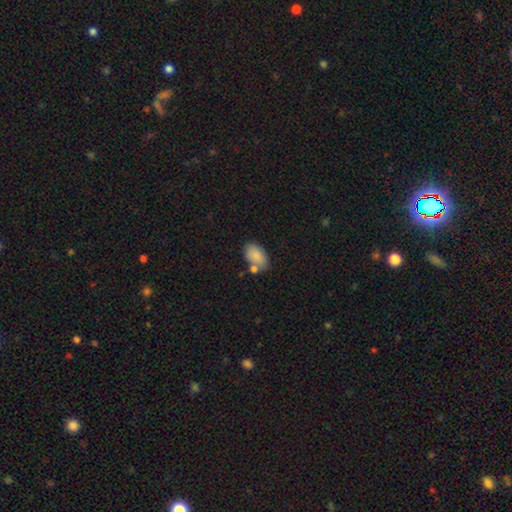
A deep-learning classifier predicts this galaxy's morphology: type=smooth (85%); roundness=in between (92%); merging=none (61%).